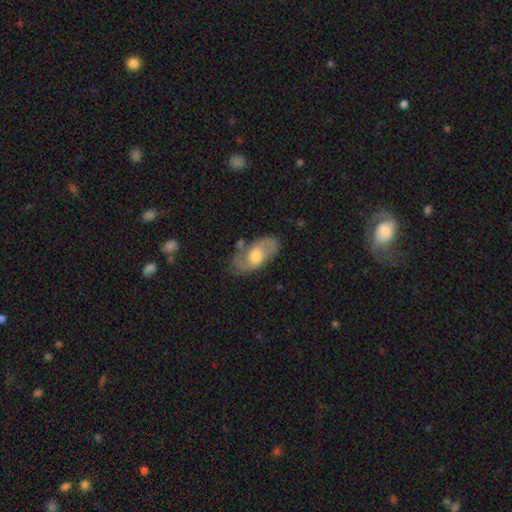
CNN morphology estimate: featured or disk 65%, smooth 29%, star or artifact 6%. Down the decision tree: edge-on disk — no (92%); bar — no (60%); spiral arms — yes (82%); bulge size — moderate (69%); merging — none (74%).